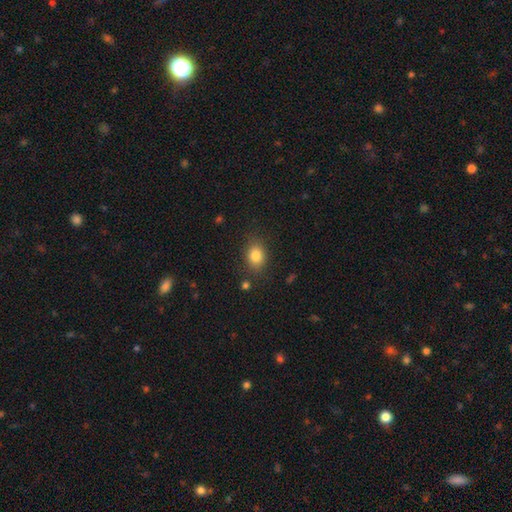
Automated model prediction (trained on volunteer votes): A smooth galaxy with no disk features (83%) that is in between round and cigar-shaped (58%). Merging: none (82%).